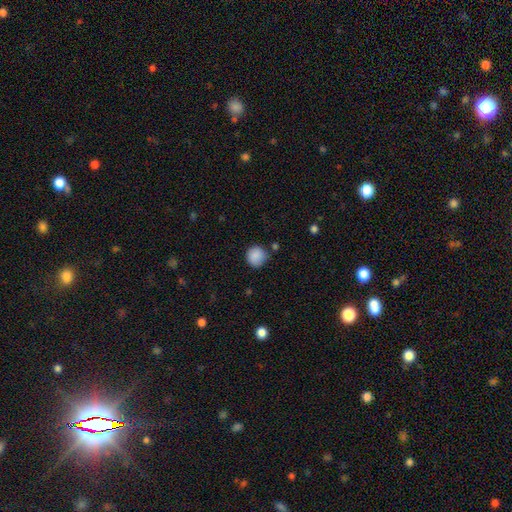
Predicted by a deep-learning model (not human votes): Overall: smooth (88%). How rounded: round (91%). Merging: none (77%).